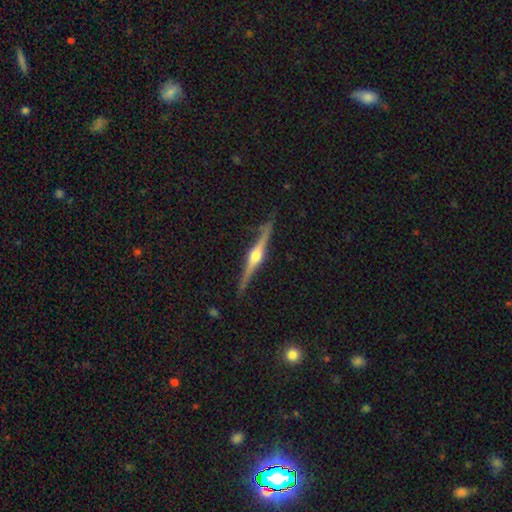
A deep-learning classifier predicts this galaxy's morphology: Smooth or featured? Predicted: featured or disk (p=0.86). Edge-on disk? Predicted: yes (p=0.98). Edge-on bulge? Predicted: rounded (p=0.95). Merging? Predicted: none (p=0.85).